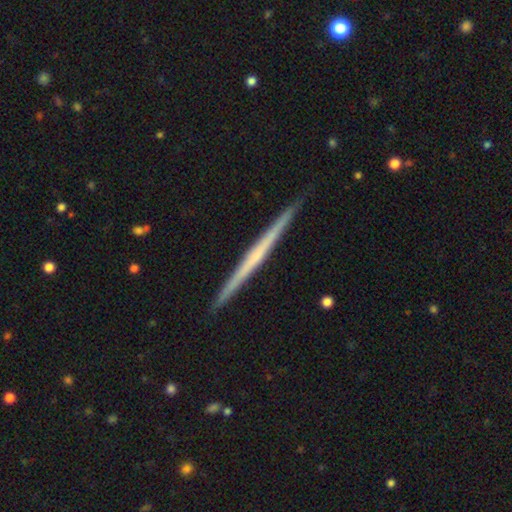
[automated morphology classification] Smooth or featured? Predicted: featured or disk (p=0.65). Edge-on disk? Predicted: yes (p=0.98). Edge-on bulge? Predicted: none (p=0.80). Merging? Predicted: none (p=0.92).